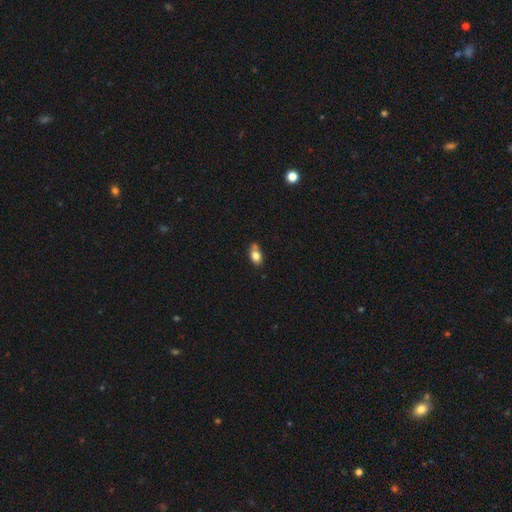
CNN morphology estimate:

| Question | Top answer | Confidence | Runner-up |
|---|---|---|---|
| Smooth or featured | smooth | 78% | featured or disk (13%) |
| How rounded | in between | 83% | round (14%) |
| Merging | none | 60% | minor disturbance (22%) |